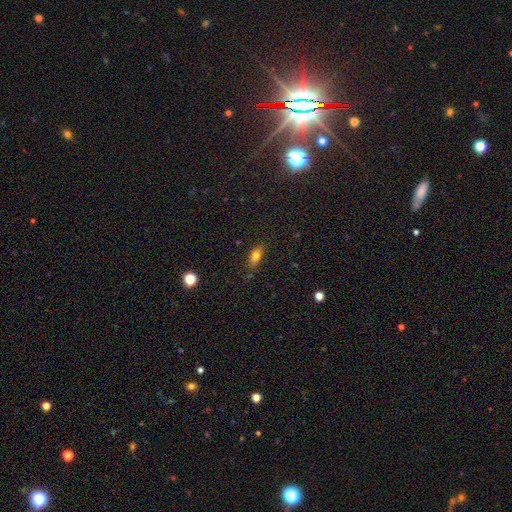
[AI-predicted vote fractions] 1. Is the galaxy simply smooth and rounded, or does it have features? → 77% smooth, 12% featured or disk, 11% star or artifact.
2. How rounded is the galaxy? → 80% in between, 12% cigar-shaped, 8% round.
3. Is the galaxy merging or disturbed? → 80% none, 14% minor disturbance, 3% major disturbance, 2% merger.